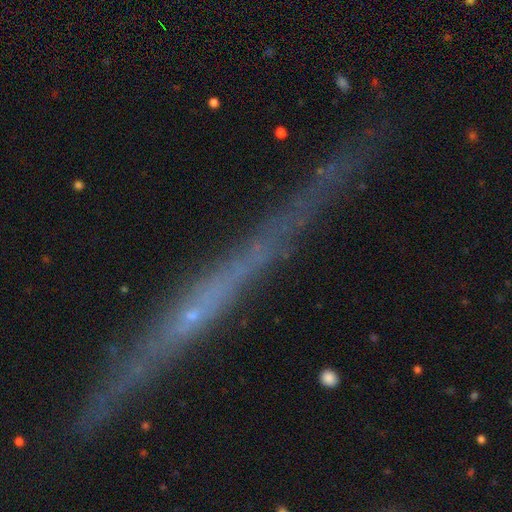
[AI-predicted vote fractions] smooth_or_featured: featured or disk (p=0.71) [alt: smooth p=0.16]
disk_edge_on: yes (p=0.94) [alt: no p=0.06]
edge_on_bulge: none (p=0.64) [alt: rounded p=0.27]
merging: none (p=0.83) [alt: minor disturbance p=0.11]